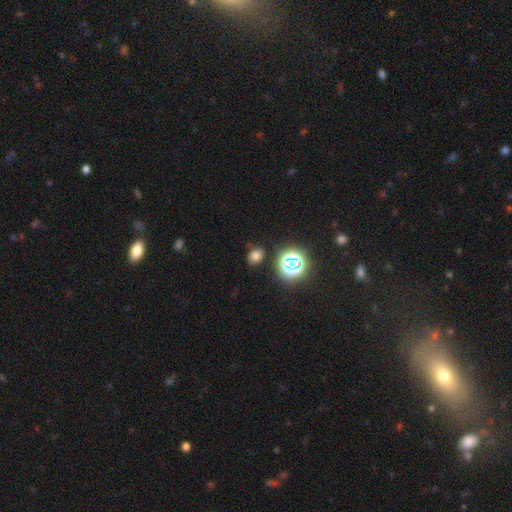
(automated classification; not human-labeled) smooth_or_featured: smooth (p=0.67) [alt: star or artifact p=0.26]
how_rounded: in between (p=0.55) [alt: round p=0.44]
merging: none (p=0.79) [alt: minor disturbance p=0.14]